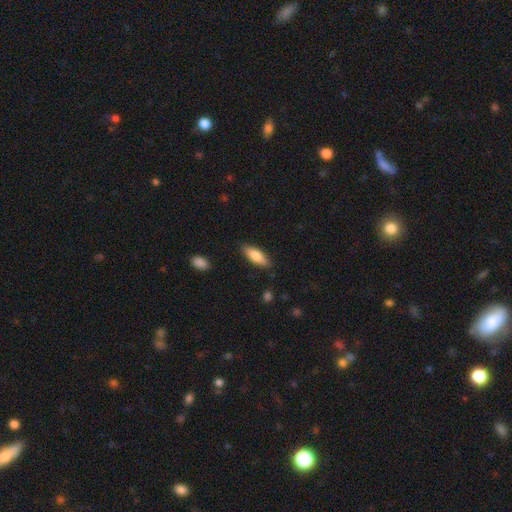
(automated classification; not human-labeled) Smooth or featured: smooth — 79% (featured or disk — 16%)
How rounded: in between — 59% (cigar-shaped — 39%)
Merging: none — 86% (minor disturbance — 10%)